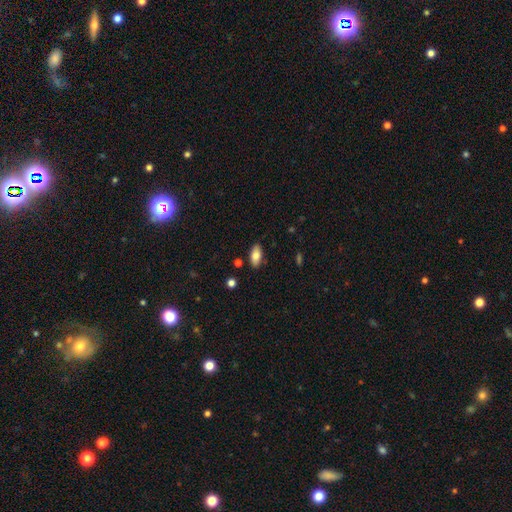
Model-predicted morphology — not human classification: type=smooth (79%); roundness=in between (90%); merging=none (85%).